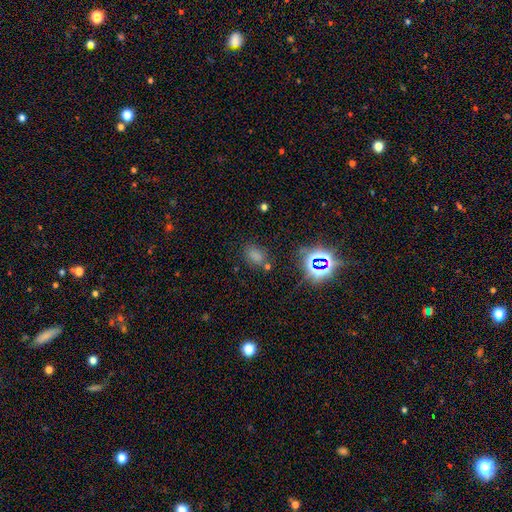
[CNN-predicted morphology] smooth 64%, star or artifact 29%, featured or disk 7%. Down the decision tree: how rounded — in between (79%); merging — none (71%).